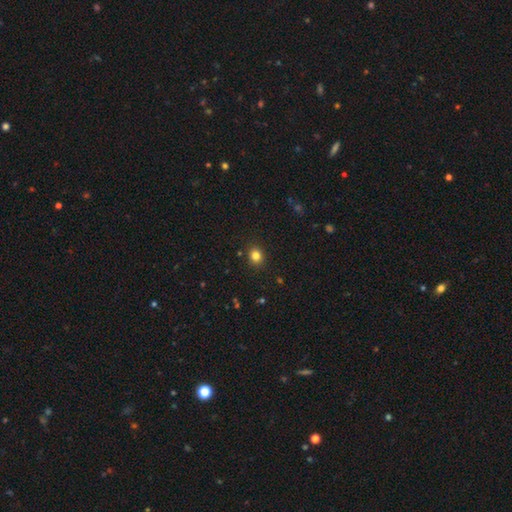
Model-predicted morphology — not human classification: Q: Smooth or featured?
A: smooth (82%); runner-up: star or artifact (13%)
Q: How rounded?
A: round (76%); runner-up: in between (24%)
Q: Merging?
A: none (89%); runner-up: minor disturbance (7%)